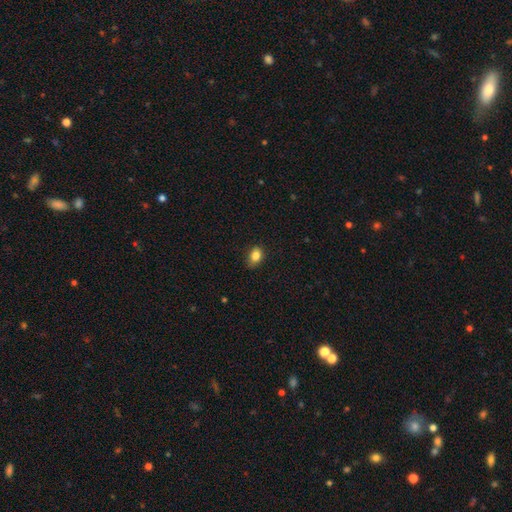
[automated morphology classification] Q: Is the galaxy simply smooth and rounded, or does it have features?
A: smooth — 84%.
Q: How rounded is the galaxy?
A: in between — 71%.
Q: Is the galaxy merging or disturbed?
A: none — 80%.